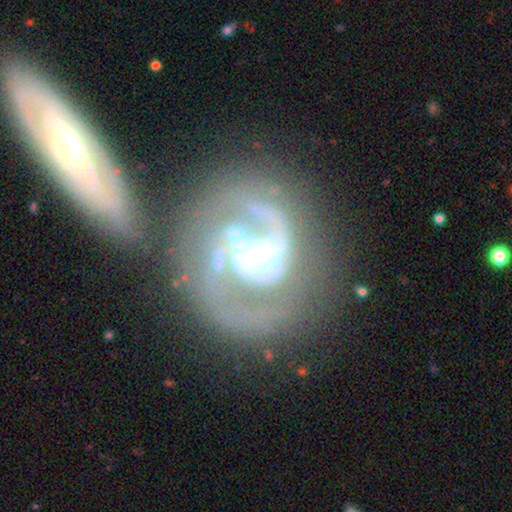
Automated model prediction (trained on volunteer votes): smooth-or-featured: featured or disk: 89% | star or artifact: 6% | smooth: 5%
  disk-edge-on: no: 98% | yes: 2%
    bar: weak: 44% | strong: 37% | no: 20%
    has-spiral-arms: yes: 96% | no: 4%
      spiral-winding: medium: 52% | tight: 29% | loose: 19%
      spiral-arm-count: 2: 52% | 3: 21% | can't tell: 10% | 1: 8% | 4: 5% | more than 4: 4%
    bulge-size: small: 52% | moderate: 36% | none: 7% | large: 5% | dominant: 1%
  merging: none: 57% | major disturbance: 21% | minor disturbance: 17% | merger: 5%